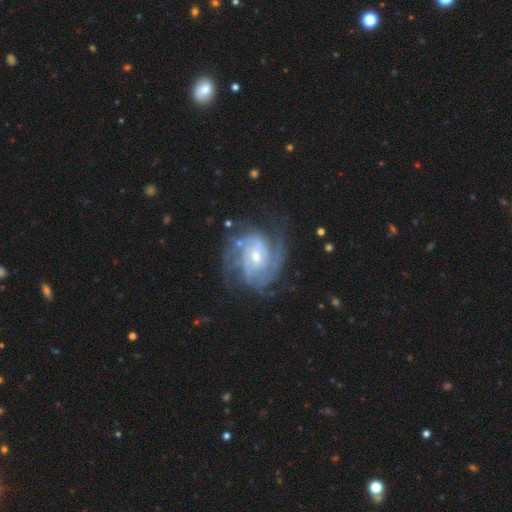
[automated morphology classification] Smooth or featured? featured or disk (90%)
Edge-on disk? no (98%)
Bar? no (46%)
Spiral arms? yes (97%)
Spiral winding? tight (60%)
Spiral arm count? 2 (31%)
Bulge size? small (52%)
Merging? none (71%)